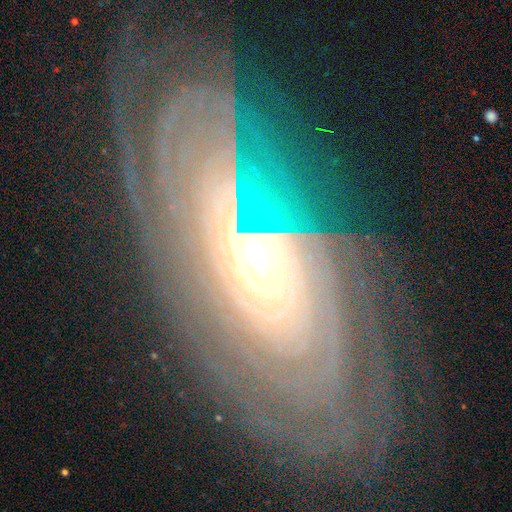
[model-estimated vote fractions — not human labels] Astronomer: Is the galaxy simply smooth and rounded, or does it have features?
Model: featured or disk — 84%.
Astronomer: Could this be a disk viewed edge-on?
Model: no — 88%.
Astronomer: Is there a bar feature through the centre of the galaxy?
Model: no — 68%.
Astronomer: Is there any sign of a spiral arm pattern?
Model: yes — 93%.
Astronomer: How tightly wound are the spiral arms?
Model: tight — 79%.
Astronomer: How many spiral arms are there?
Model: can't tell — 40% (runner-up: more than 4, 18%).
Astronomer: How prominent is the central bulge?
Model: moderate — 47% (runner-up: small, 38%).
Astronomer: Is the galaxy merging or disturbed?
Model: none — 71%.